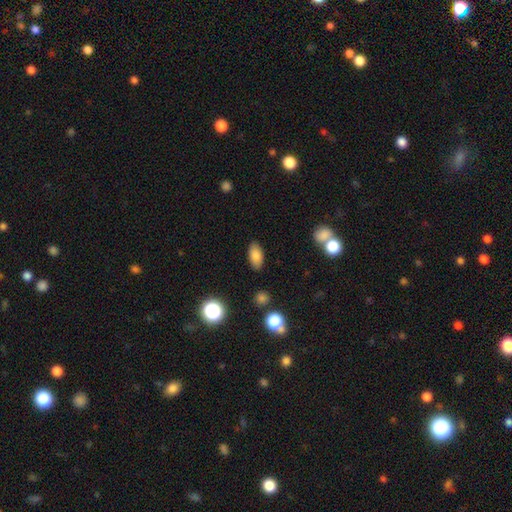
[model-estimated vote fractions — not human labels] This appears to be a smooth galaxy with no disk features (83%) that is in between round and cigar-shaped (91%). Merging: none (87%).